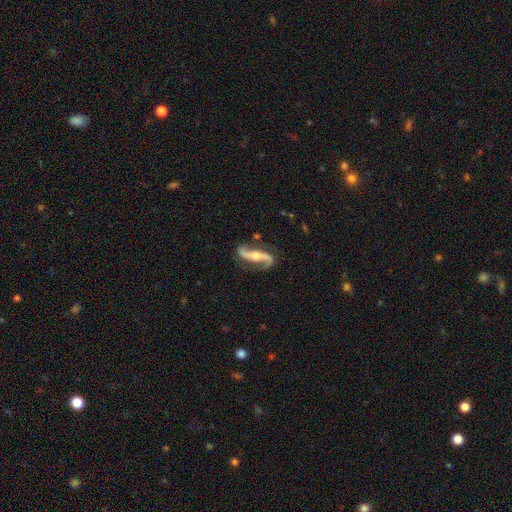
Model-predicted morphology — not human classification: Smooth or featured? Predicted: featured or disk (p=0.90). Edge-on disk? Predicted: no (p=0.92). Bar? Predicted: no (p=0.40). Spiral arms? Predicted: yes (p=0.97). Spiral winding? Predicted: loose (p=0.69). Spiral arm count? Predicted: 2 (p=0.93). Bulge size? Predicted: moderate (p=0.57). Merging? Predicted: none (p=0.79).